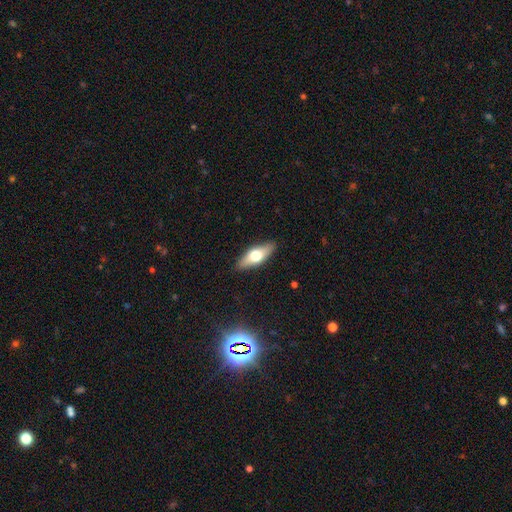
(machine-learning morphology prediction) smooth-or-featured: smooth: 58% | featured or disk: 36% | star or artifact: 6%
  how-rounded: in between: 68% | cigar-shaped: 29% | round: 3%
  merging: none: 88% | minor disturbance: 9% | major disturbance: 2% | merger: 1%